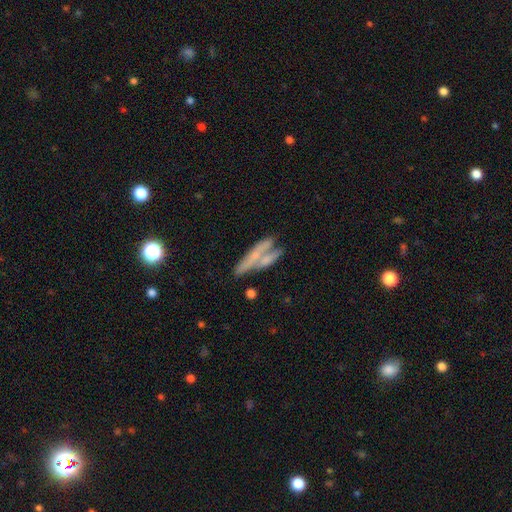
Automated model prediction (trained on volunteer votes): Morphology: type=featured or disk (46%); merging=merger (45%).